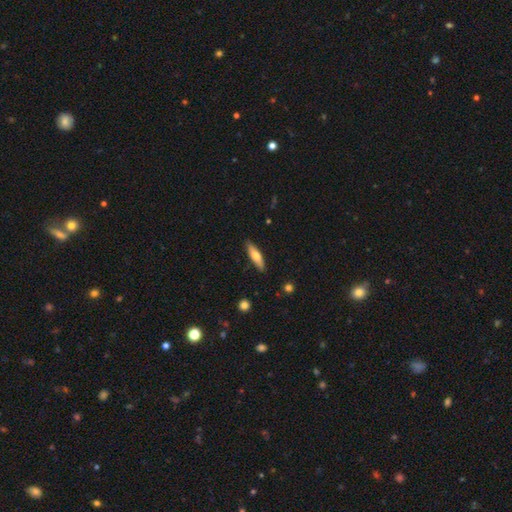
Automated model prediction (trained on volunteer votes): This appears to be a smooth galaxy with no disk features (65%) that is cigar-shaped (67%). Merging: none (88%).